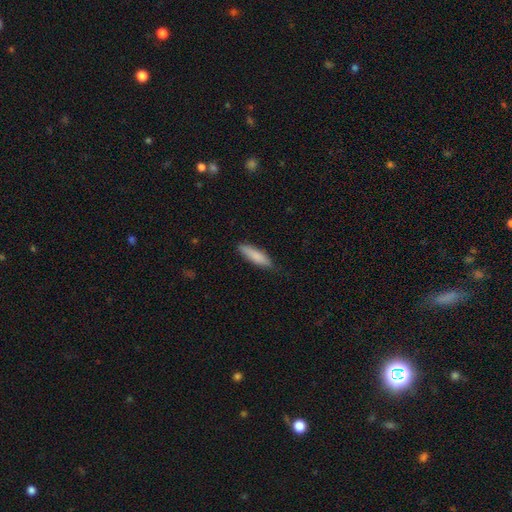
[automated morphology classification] type=smooth (83%); roundness=cigar-shaped (68%); merging=none (82%).